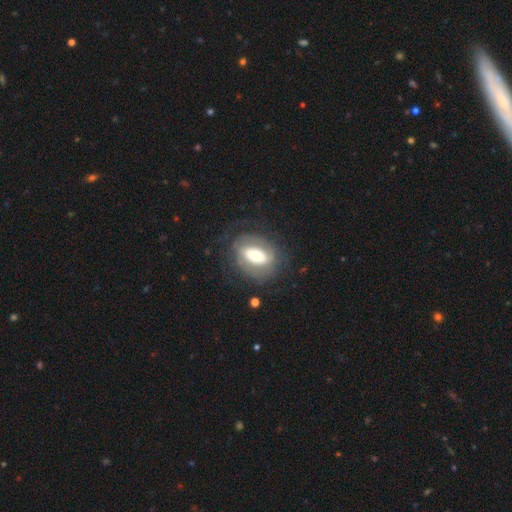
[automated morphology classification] A featured or disk galaxy (57%) with no bar (39%), spiral arms (52%) and a moderate central bulge (53%). Merging: none (68%).